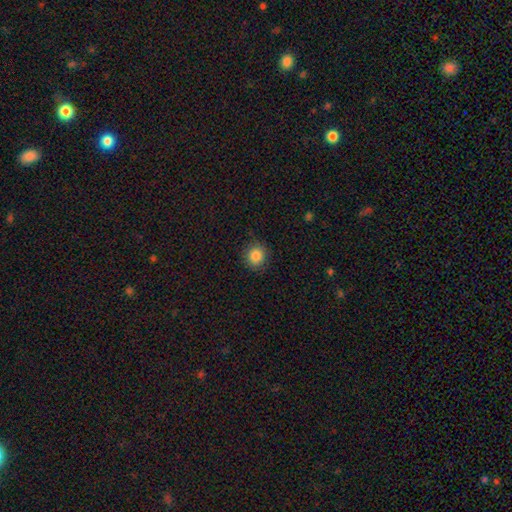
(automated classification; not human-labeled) smooth-or-featured: smooth: 86% | star or artifact: 10% | featured or disk: 4%
  how-rounded: round: 88% | in between: 11% | cigar-shaped: 1%
  merging: none: 89% | minor disturbance: 8% | major disturbance: 2% | merger: 1%